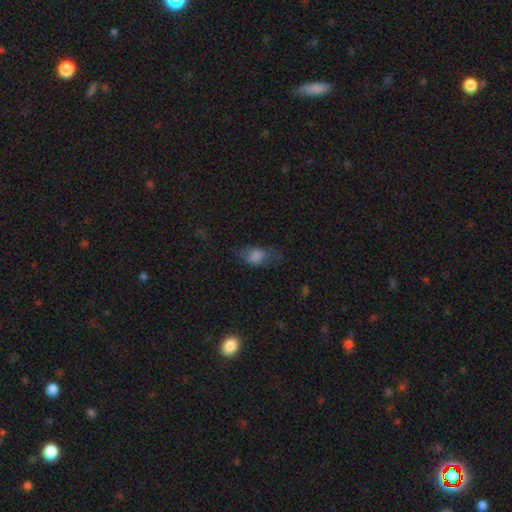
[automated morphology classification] Overall: smooth (70%). How rounded: in between (84%). Merging: none (51%; minor disturbance 27%).